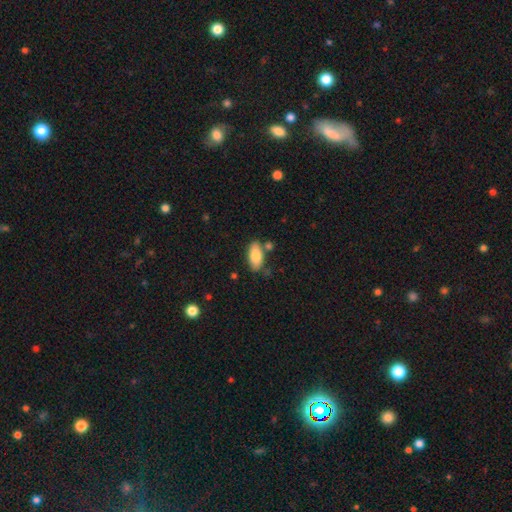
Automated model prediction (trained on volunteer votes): Smooth or featured: smooth — 83% (featured or disk — 11%)
How rounded: in between — 89% (cigar-shaped — 9%)
Merging: none — 73% (minor disturbance — 15%)